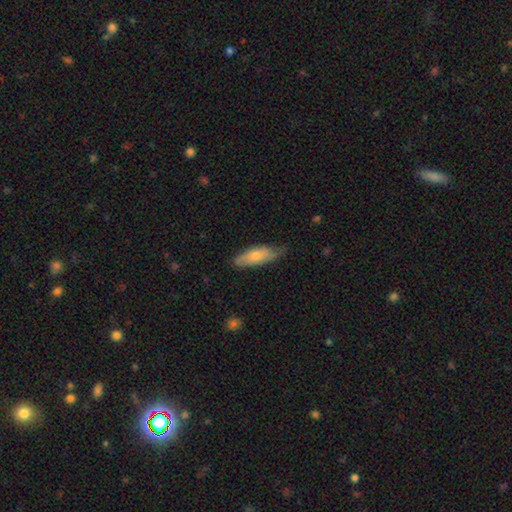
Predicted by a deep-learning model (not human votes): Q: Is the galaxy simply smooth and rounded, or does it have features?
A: smooth — 61%.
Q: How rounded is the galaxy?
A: in between — 56%.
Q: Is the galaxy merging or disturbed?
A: none — 67%.